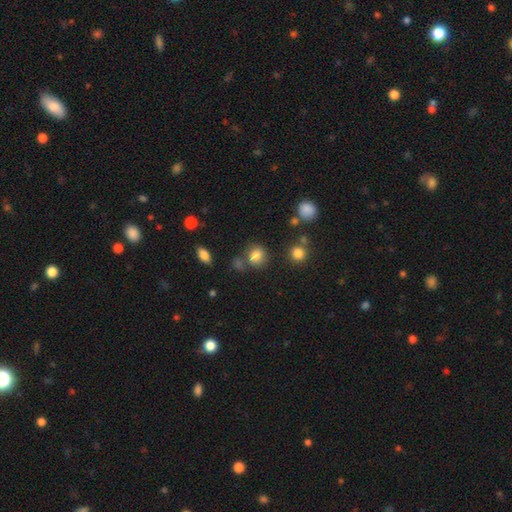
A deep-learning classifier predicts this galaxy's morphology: Smooth or featured: smooth — 78% (star or artifact — 14%)
How rounded: round — 72% (in between — 27%)
Merging: none — 65% (merger — 16%)